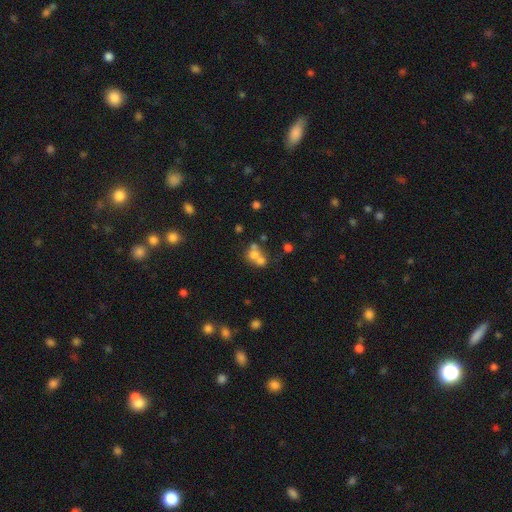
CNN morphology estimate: Q: Smooth or featured?
A: smooth (61%); runner-up: featured or disk (23%)
Q: How rounded?
A: round (68%); runner-up: in between (31%)
Q: Merging?
A: merger (59%); runner-up: none (29%)